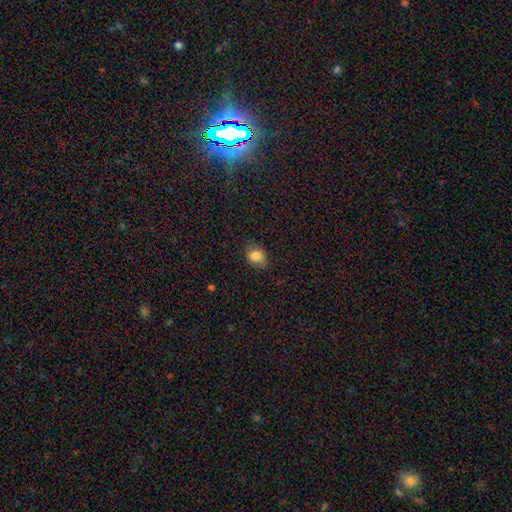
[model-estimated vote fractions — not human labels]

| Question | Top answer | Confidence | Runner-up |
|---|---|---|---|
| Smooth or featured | smooth | 83% | star or artifact (9%) |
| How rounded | in between | 58% | round (41%) |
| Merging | none | 68% | minor disturbance (25%) |